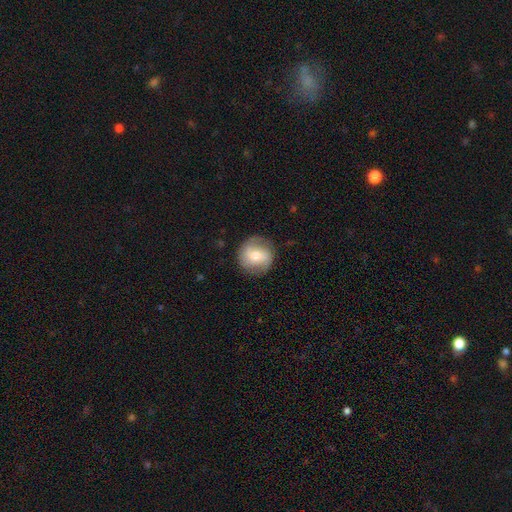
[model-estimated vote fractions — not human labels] A featured or disk galaxy (48%).

Vote fractions:
- Smooth or featured? featured or disk: 48% / smooth: 44% / star or artifact: 7%
- Merging? none: 82% / minor disturbance: 12% / major disturbance: 4% / merger: 1%